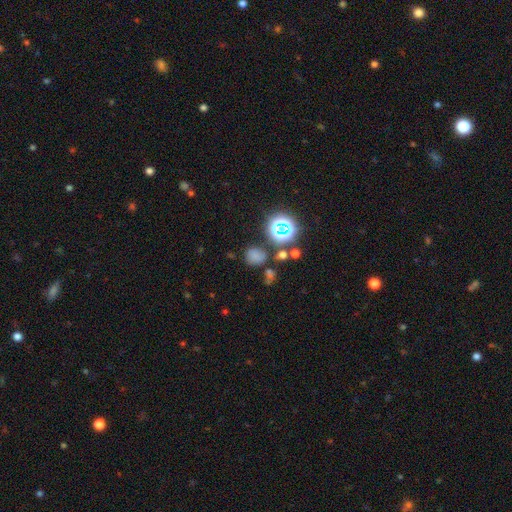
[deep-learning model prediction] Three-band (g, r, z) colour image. It shows a smooth galaxy with no disk features (63%) that is round (66%). Merging: none (67%).